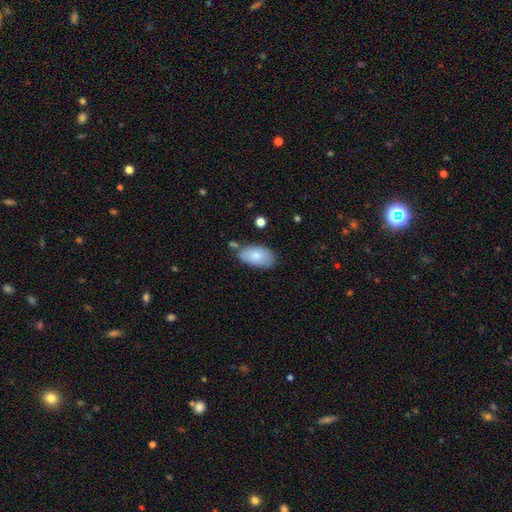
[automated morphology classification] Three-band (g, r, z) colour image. It shows a smooth galaxy with no disk features (81%) that is in between round and cigar-shaped (94%). Merging: none (66%).